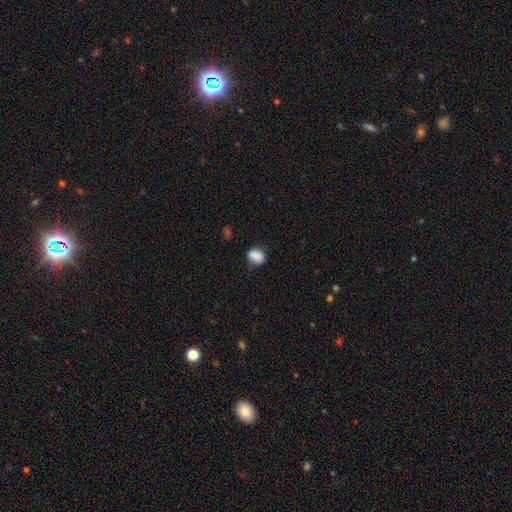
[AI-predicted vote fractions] Q: Smooth or featured?
A: smooth (84%); runner-up: star or artifact (9%)
Q: How rounded?
A: in between (71%); runner-up: round (27%)
Q: Merging?
A: none (60%); runner-up: minor disturbance (28%)